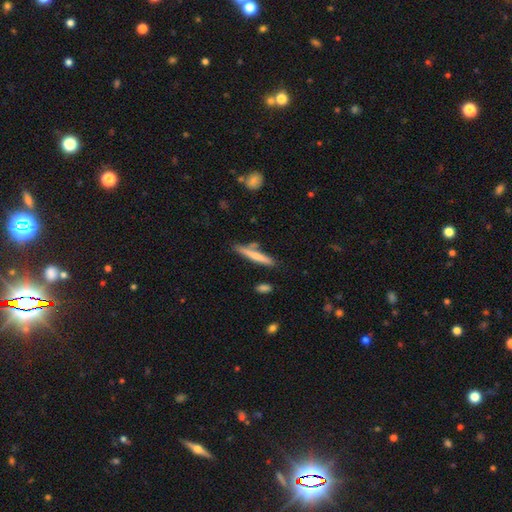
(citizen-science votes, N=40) Morphology: type=smooth (72%); roundness=cigar-shaped (97%); merging=none (67%).